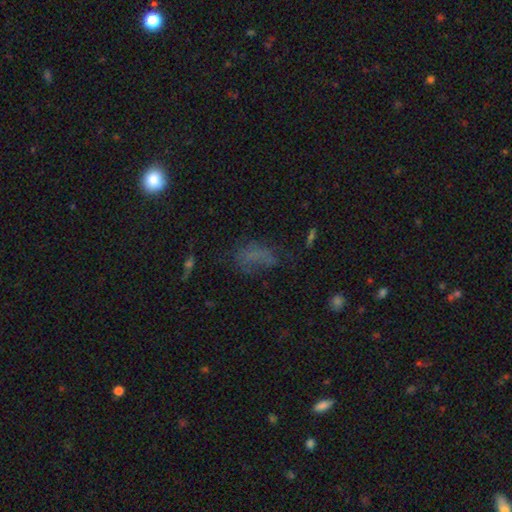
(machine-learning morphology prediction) smooth 52%, star or artifact 28%, featured or disk 21%. Down the decision tree: how rounded — in between (79%); merging — none (42%).